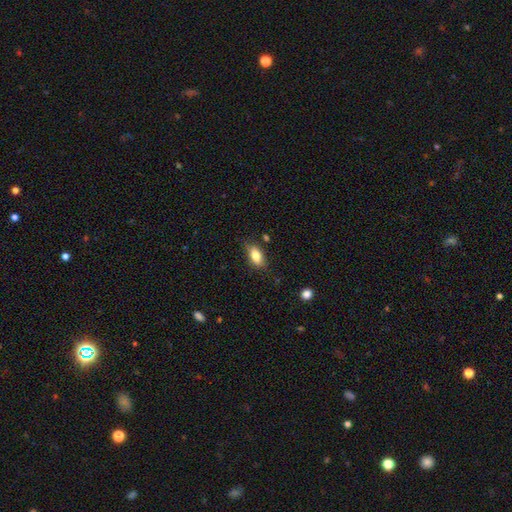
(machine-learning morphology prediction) Smooth or featured?
  - smooth: 80% *
  - featured or disk: 12%
  - star or artifact: 8%
How rounded?
  - in between: 86% *
  - cigar-shaped: 9%
  - round: 5%
Merging?
  - none: 77% *
  - minor disturbance: 18%
  - major disturbance: 3%
  - merger: 2%